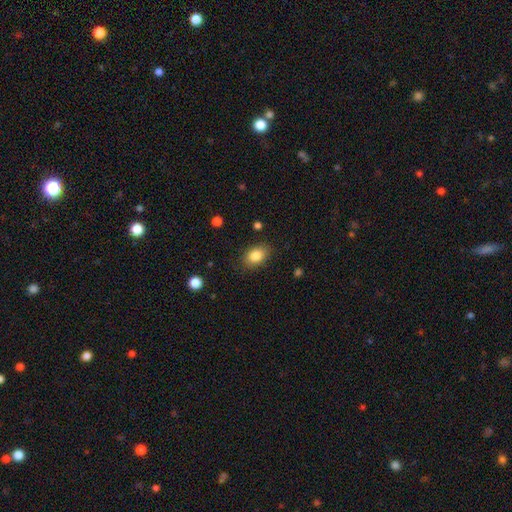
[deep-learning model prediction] Smooth or featured? Predicted: smooth (p=0.85). How rounded? Predicted: in between (p=0.82). Merging? Predicted: none (p=0.85).